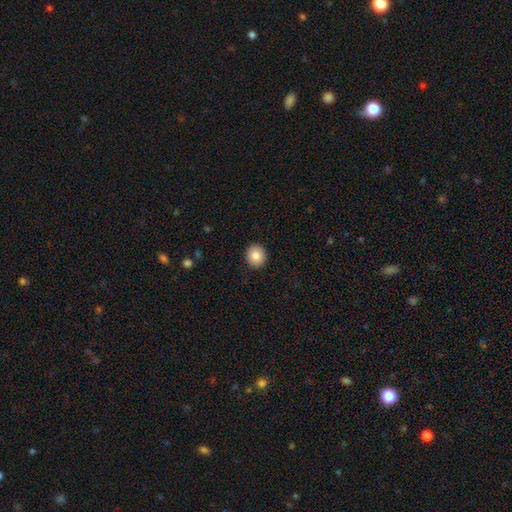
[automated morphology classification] Smooth or featured: smooth — 84% (star or artifact — 9%)
How rounded: round — 86% (in between — 13%)
Merging: none — 91% (minor disturbance — 6%)